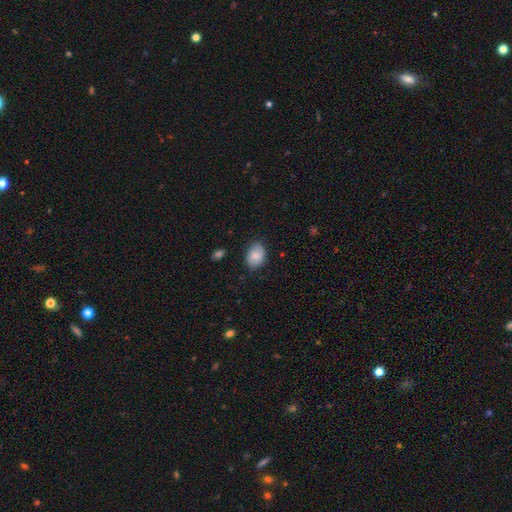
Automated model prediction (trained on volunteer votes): This is likely a smooth galaxy (78%). How rounded: likely in between (76%). Merging: likely none (77%).